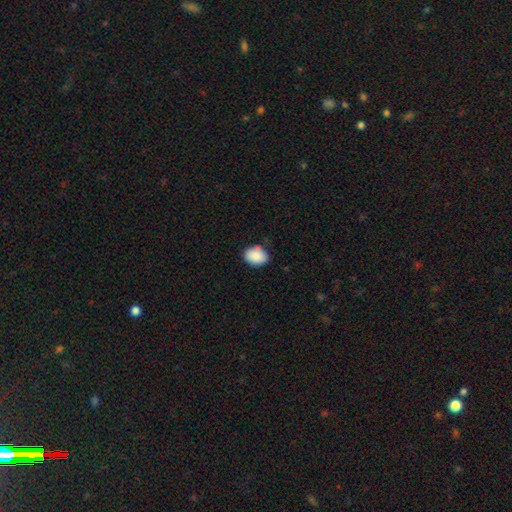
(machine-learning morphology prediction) A smooth galaxy with no disk features (88%) that is in between round and cigar-shaped (64%). Merging: none (78%).